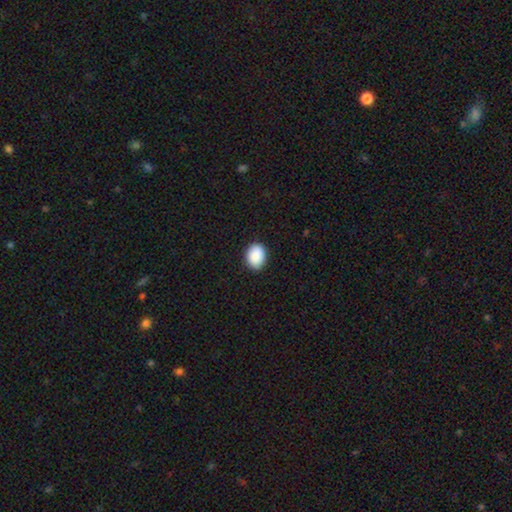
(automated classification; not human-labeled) Overall: smooth (91%). How rounded: in between (72%). Merging: none (89%).